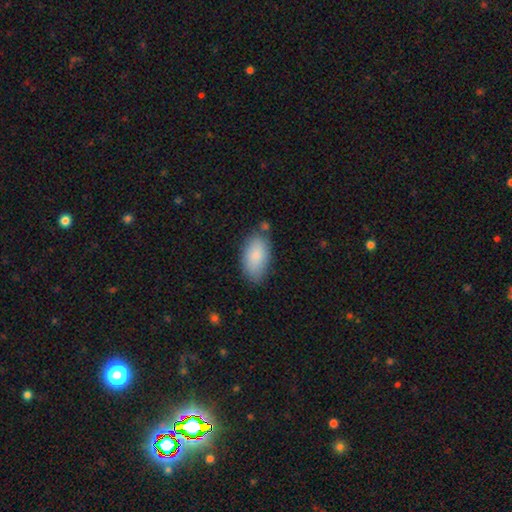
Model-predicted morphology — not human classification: A smooth galaxy with no disk features (85%) that is in between round and cigar-shaped (94%).

Vote fractions:
- Smooth or featured? smooth: 85% / featured or disk: 9% / star or artifact: 6%
- How rounded? in between: 94% / round: 3% / cigar-shaped: 3%
- Merging? none: 74% / minor disturbance: 17% / merger: 5% / major disturbance: 4%